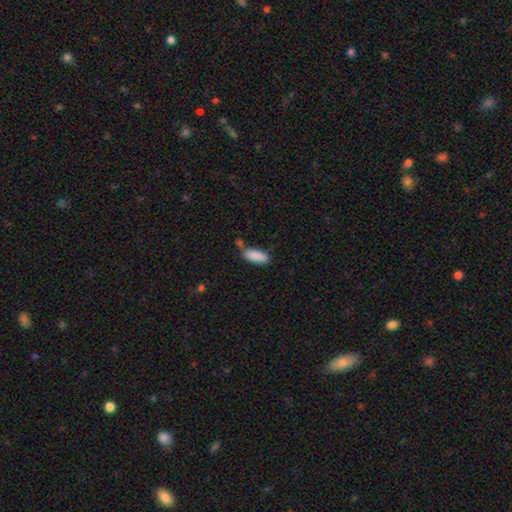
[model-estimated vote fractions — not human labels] A smooth galaxy with no disk features (88%) that is in between round and cigar-shaped (78%). Merging: none (56%).